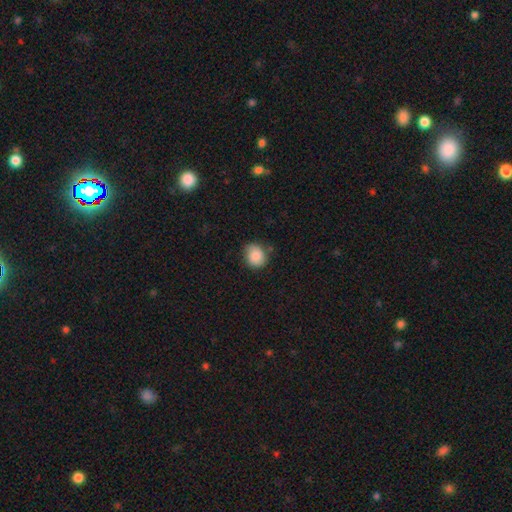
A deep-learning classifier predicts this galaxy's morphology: This appears to be a smooth galaxy with no disk features (85%) that is round (68%). Merging: none (67%).